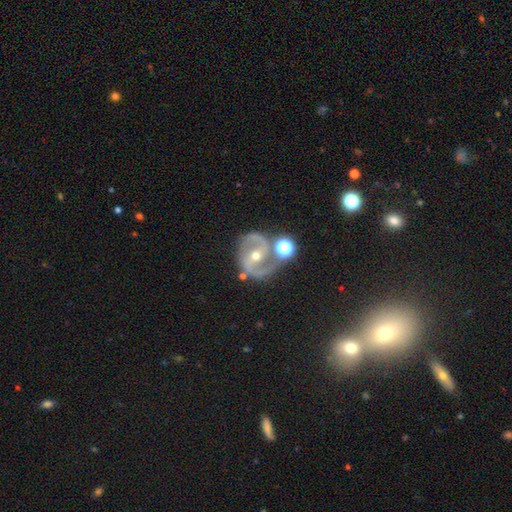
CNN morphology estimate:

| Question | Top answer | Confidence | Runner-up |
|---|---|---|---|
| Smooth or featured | featured or disk | 86% | star or artifact (8%) |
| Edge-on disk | no | 97% | yes (3%) |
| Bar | no | 44% | weak (35%) |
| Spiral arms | yes | 94% | no (6%) |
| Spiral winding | medium | 53% | tight (32%) |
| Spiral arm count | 2 | 85% | can't tell (5%) |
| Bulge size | moderate | 59% | small (36%) |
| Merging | none | 65% | minor disturbance (17%) |